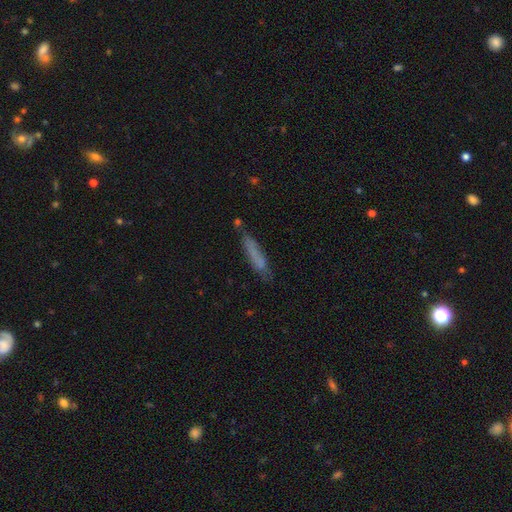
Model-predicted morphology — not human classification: Smooth or featured? Predicted: smooth (p=0.69). How rounded? Predicted: cigar-shaped (p=0.90). Merging? Predicted: none (p=0.71).